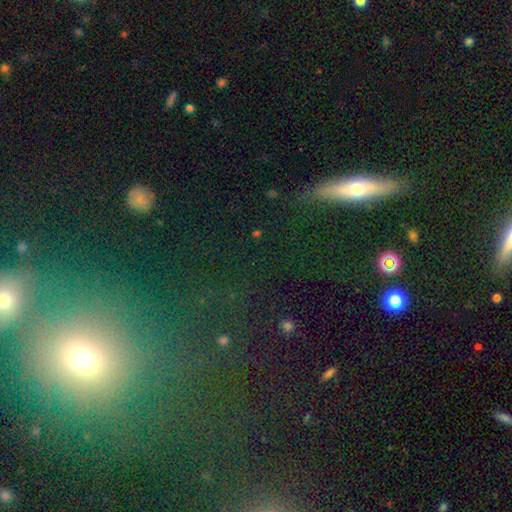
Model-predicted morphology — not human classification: Smooth or featured? Predicted: featured or disk (p=0.35). Merging? Predicted: none (p=0.83).